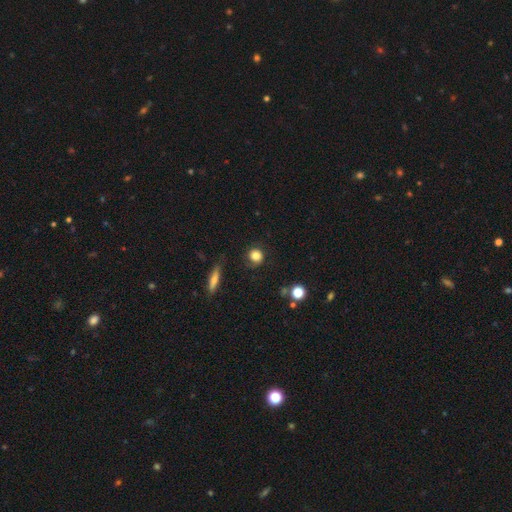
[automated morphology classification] smooth 81%, star or artifact 10%, featured or disk 9%. Down the decision tree: how rounded — round (86%); merging — none (79%).